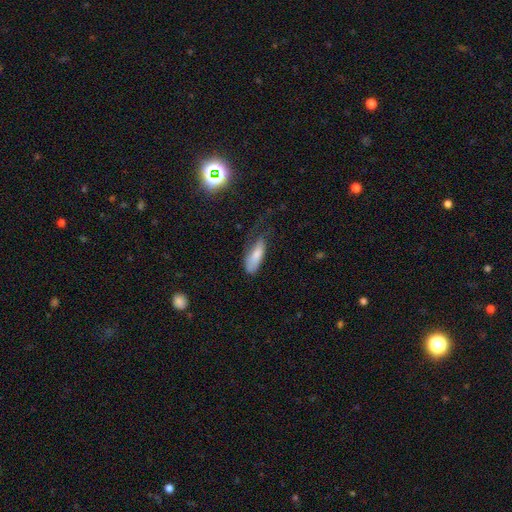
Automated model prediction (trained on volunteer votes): Overall: smooth (80%). How rounded: in between (62%; cigar-shaped 36%). Merging: minor disturbance (37%, tied with none).